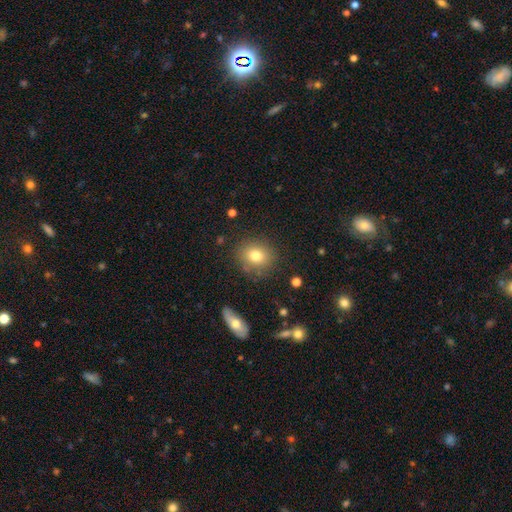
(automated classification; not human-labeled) smooth 79%, star or artifact 11%, featured or disk 10%. Down the decision tree: how rounded — round (72%); merging — none (85%).